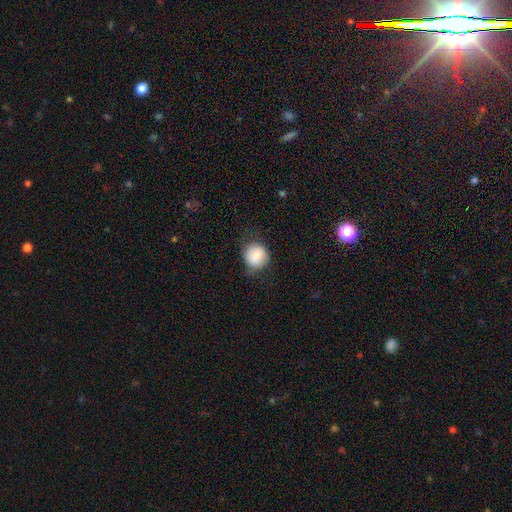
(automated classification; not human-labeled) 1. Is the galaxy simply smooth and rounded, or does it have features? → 82% smooth, 10% featured or disk, 8% star or artifact.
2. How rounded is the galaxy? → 84% round, 15% in between, 1% cigar-shaped.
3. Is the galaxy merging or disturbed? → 68% none, 23% minor disturbance, 8% major disturbance, 1% merger.